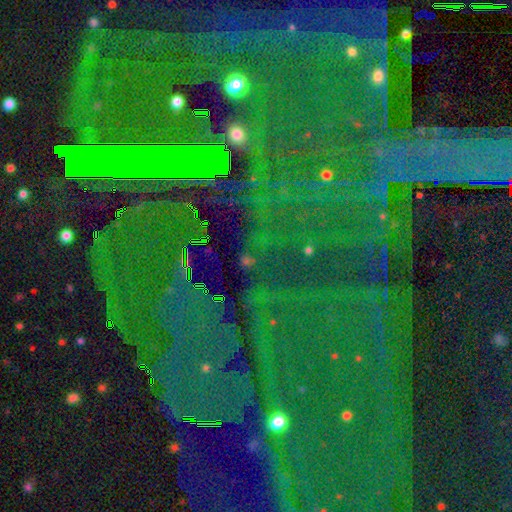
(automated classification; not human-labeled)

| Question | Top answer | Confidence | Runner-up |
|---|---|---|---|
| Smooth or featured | star or artifact | 85% | smooth (7%) |